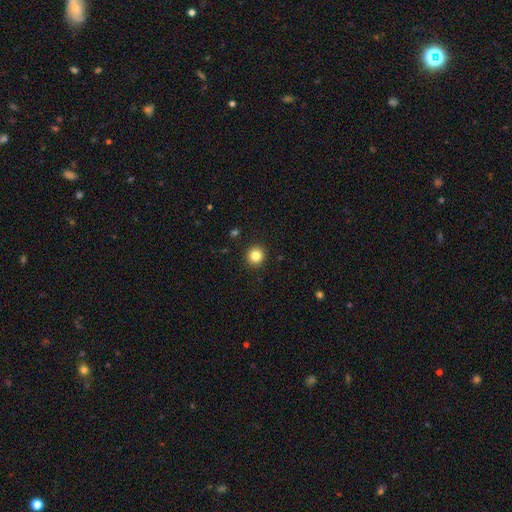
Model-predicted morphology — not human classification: smooth_or_featured: smooth (p=0.84) [alt: star or artifact p=0.11]
how_rounded: round (p=0.94) [alt: in between p=0.05]
merging: none (p=0.93) [alt: minor disturbance p=0.05]